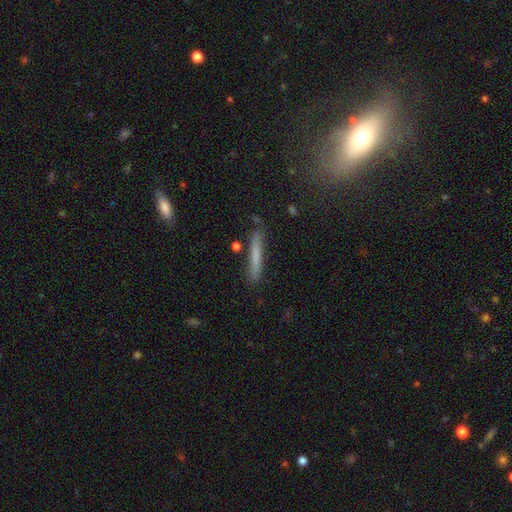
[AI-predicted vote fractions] Smooth or featured? Predicted: smooth (p=0.66). How rounded? Predicted: cigar-shaped (p=0.95). Merging? Predicted: none (p=0.82).